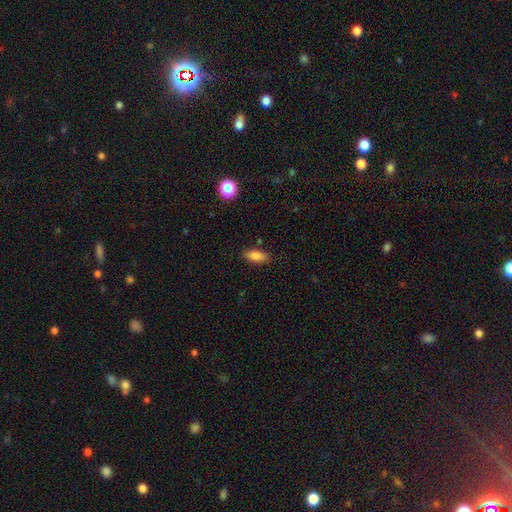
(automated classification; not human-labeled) Smooth or featured?
  - smooth: 84% *
  - star or artifact: 8%
  - featured or disk: 8%
How rounded?
  - in between: 83% *
  - cigar-shaped: 14%
  - round: 3%
Merging?
  - none: 84% *
  - minor disturbance: 11%
  - major disturbance: 3%
  - merger: 2%